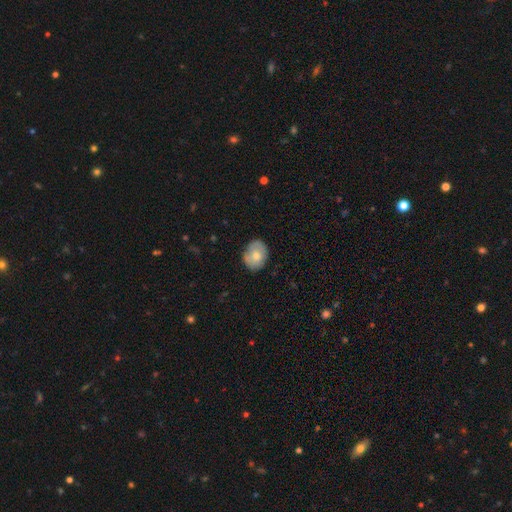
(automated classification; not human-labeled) Smooth or featured?
  - smooth: 69% *
  - featured or disk: 25%
  - star or artifact: 7%
How rounded?
  - in between: 54% *
  - round: 45%
  - cigar-shaped: 1%
Merging?
  - none: 78% *
  - minor disturbance: 17%
  - major disturbance: 3%
  - merger: 1%